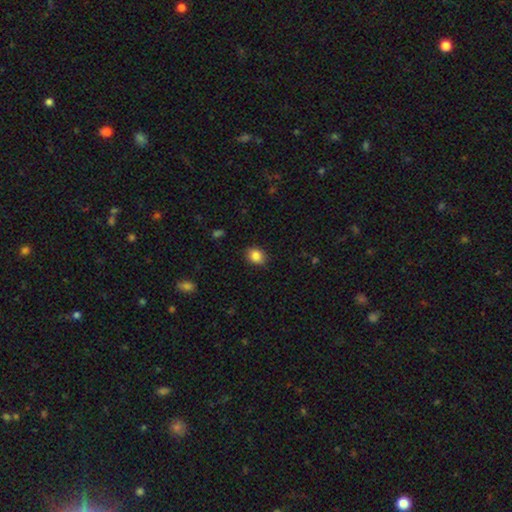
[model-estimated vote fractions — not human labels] Smooth or featured?
  - smooth: 86% *
  - star or artifact: 9%
  - featured or disk: 5%
How rounded?
  - in between: 51% *
  - round: 48%
  - cigar-shaped: 1%
Merging?
  - none: 84% *
  - minor disturbance: 12%
  - major disturbance: 3%
  - merger: 1%